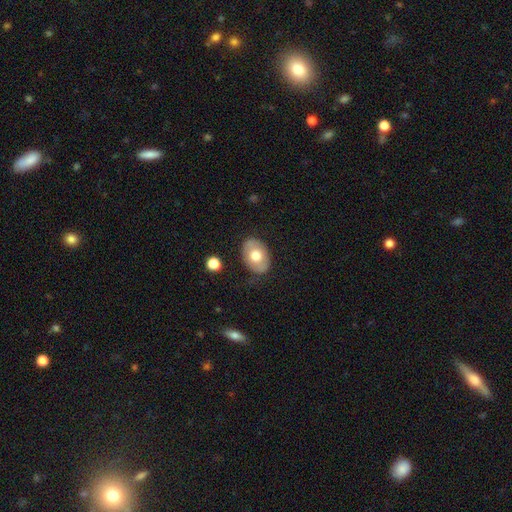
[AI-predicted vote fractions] smooth 63%, featured or disk 31%, star or artifact 6%. Down the decision tree: how rounded — in between (80%); merging — none (82%).